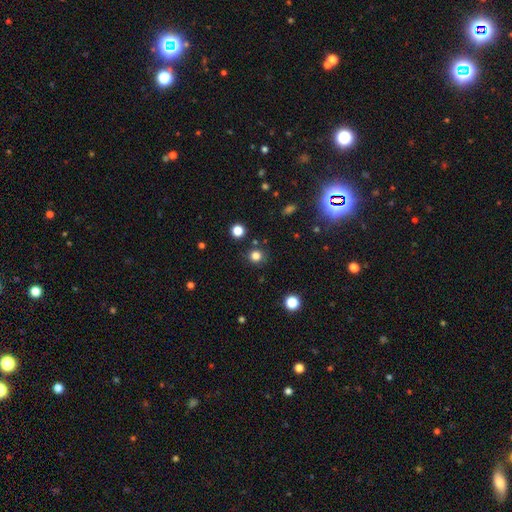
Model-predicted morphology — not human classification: Smooth or featured? smooth (80%)
How rounded? round (91%)
Merging? none (87%)